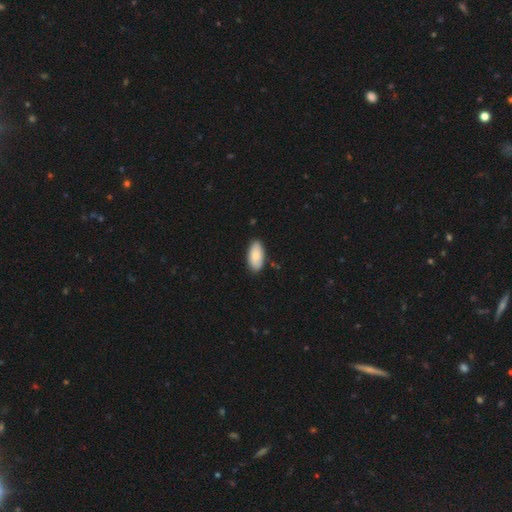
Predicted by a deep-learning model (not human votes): smooth-or-featured: smooth: 81% | featured or disk: 13% | star or artifact: 6%
  how-rounded: in between: 93% | cigar-shaped: 4% | round: 2%
  merging: none: 84% | minor disturbance: 12% | major disturbance: 2% | merger: 2%